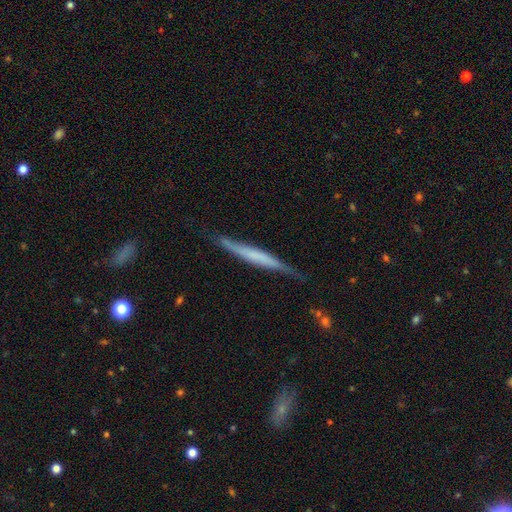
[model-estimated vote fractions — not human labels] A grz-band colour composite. It shows a featured or disk galaxy (55%) viewed edge-on (92%) with no central bulge (60%). Merging: none (70%).